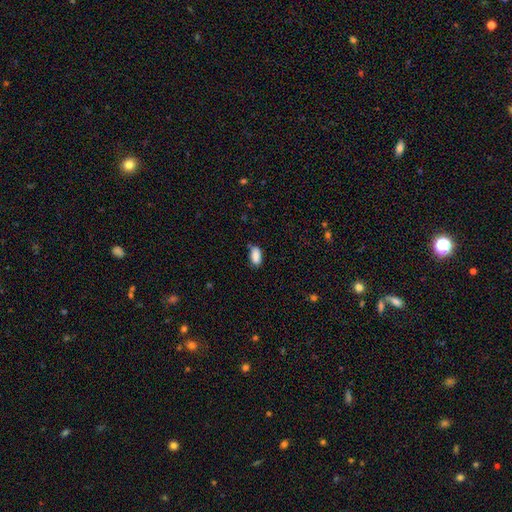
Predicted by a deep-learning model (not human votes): Q: Smooth or featured?
A: smooth (88%); runner-up: star or artifact (8%)
Q: How rounded?
A: in between (90%); runner-up: cigar-shaped (7%)
Q: Merging?
A: none (73%); runner-up: minor disturbance (21%)